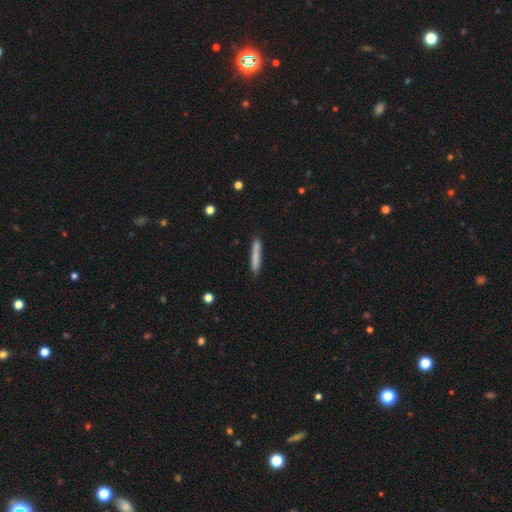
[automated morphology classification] A smooth galaxy with no disk features (80%) that is cigar-shaped (94%). Merging: none (84%).